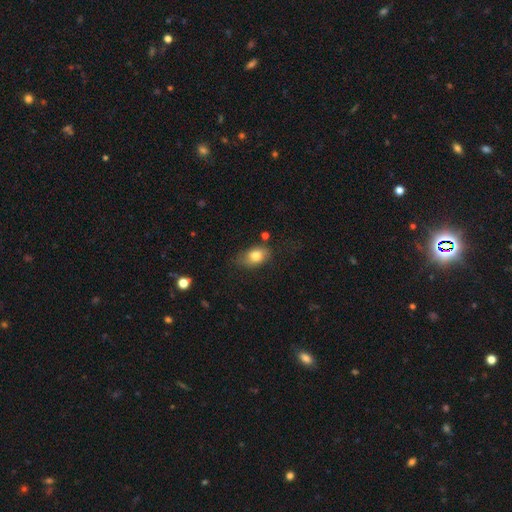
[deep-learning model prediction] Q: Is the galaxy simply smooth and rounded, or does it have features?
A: smooth — 80%.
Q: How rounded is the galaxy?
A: in between — 82%.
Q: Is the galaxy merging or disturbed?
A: none — 67%.